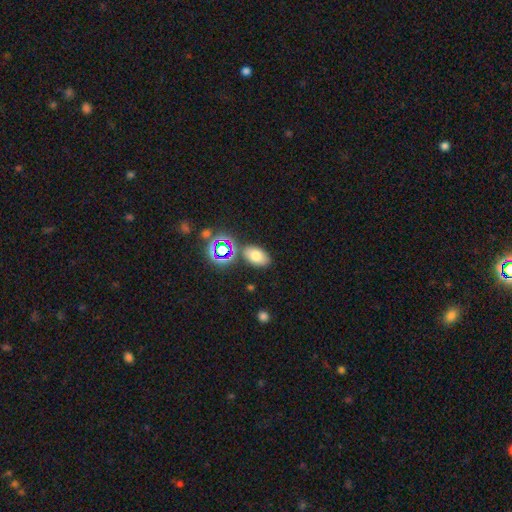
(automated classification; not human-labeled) A smooth galaxy with no disk features (68%) that is in between round and cigar-shaped (88%).

Vote fractions:
- Smooth or featured? smooth: 68% / star or artifact: 21% / featured or disk: 11%
- How rounded? in between: 88% / round: 10% / cigar-shaped: 2%
- Merging? none: 77% / minor disturbance: 12% / merger: 7% / major disturbance: 4%